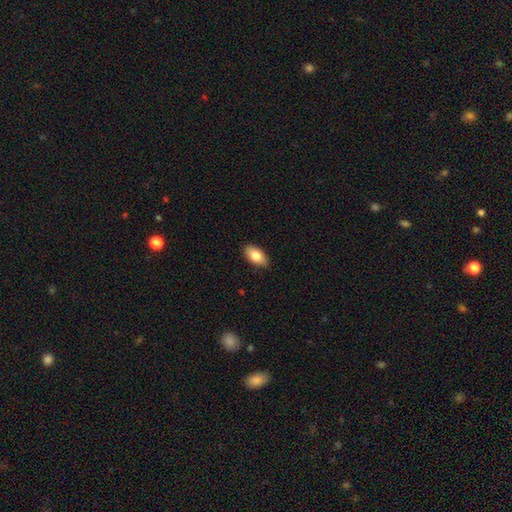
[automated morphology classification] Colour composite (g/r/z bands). It shows a smooth galaxy with no disk features (81%) that is in between round and cigar-shaped (93%). Merging: none (88%).